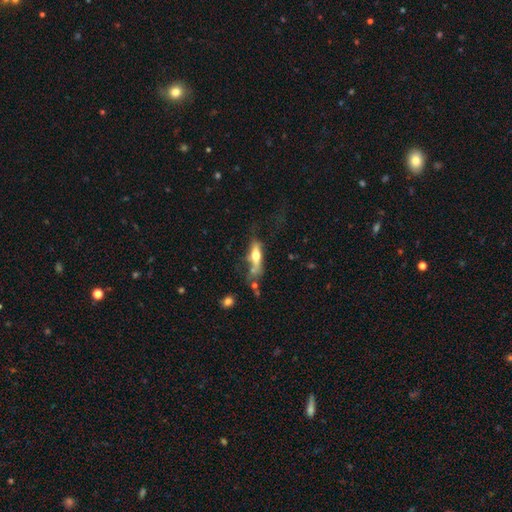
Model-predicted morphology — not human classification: Smooth or featured? Predicted: smooth (p=0.48). Merging? Predicted: none (p=0.38).